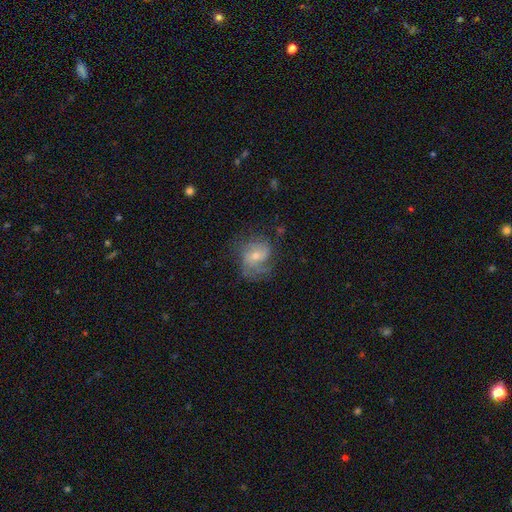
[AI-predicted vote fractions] Smooth or featured? Predicted: featured or disk (p=0.62). Edge-on disk? Predicted: no (p=0.97). Bar? Predicted: no (p=0.60). Spiral arms? Predicted: yes (p=0.85). Spiral winding? Predicted: medium (p=0.42). Spiral arm count? Predicted: 2 (p=0.30). Bulge size? Predicted: small (p=0.58). Merging? Predicted: none (p=0.51).